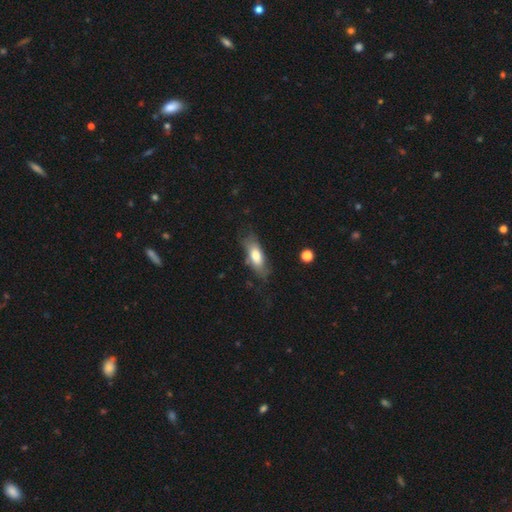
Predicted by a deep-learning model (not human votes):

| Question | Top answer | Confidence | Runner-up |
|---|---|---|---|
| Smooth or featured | smooth | 69% | featured or disk (25%) |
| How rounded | in between | 77% | cigar-shaped (20%) |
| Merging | none | 61% | minor disturbance (25%) |